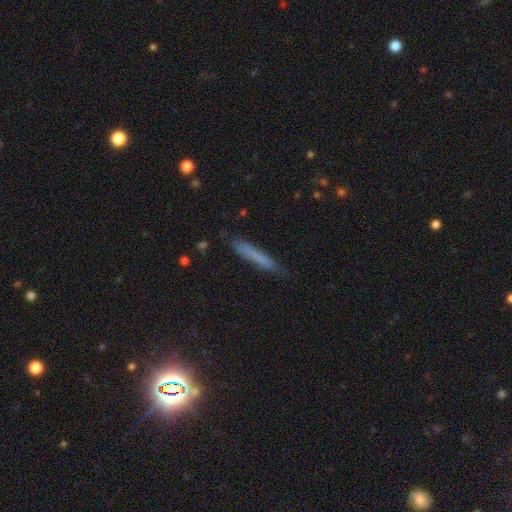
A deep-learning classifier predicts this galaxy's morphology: This is likely a smooth galaxy (68%). How rounded: clearly cigar-shaped (95%). Merging: likely none (79%).